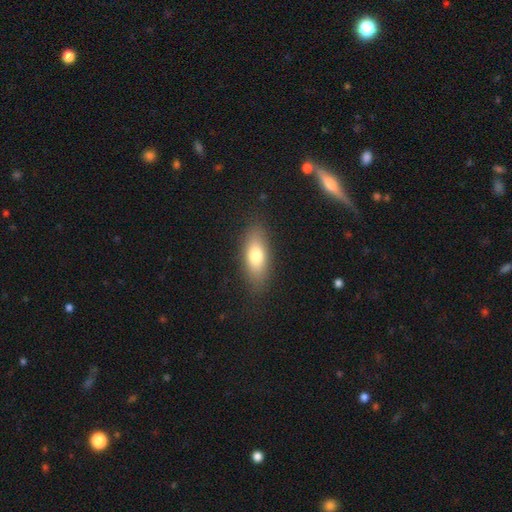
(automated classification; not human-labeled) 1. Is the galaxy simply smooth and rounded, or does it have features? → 74% smooth, 18% featured or disk, 8% star or artifact.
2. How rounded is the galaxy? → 75% in between, 20% cigar-shaped, 4% round.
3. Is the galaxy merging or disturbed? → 85% none, 10% minor disturbance, 3% major disturbance, 1% merger.